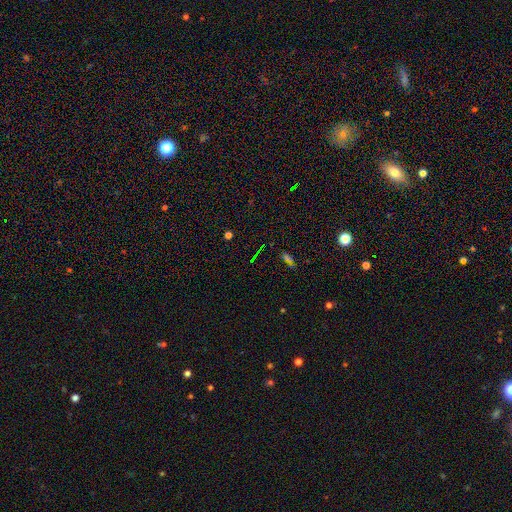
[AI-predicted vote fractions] This is likely a star or artifact rather than a galaxy (61%).